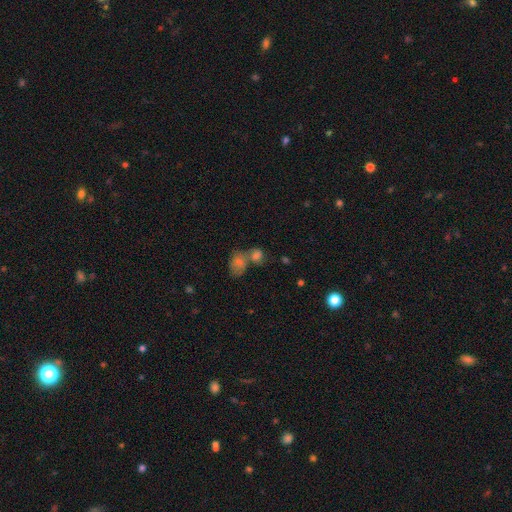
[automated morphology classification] A smooth galaxy with no disk features (63%) that is round (53%). Merging: merger (52%).